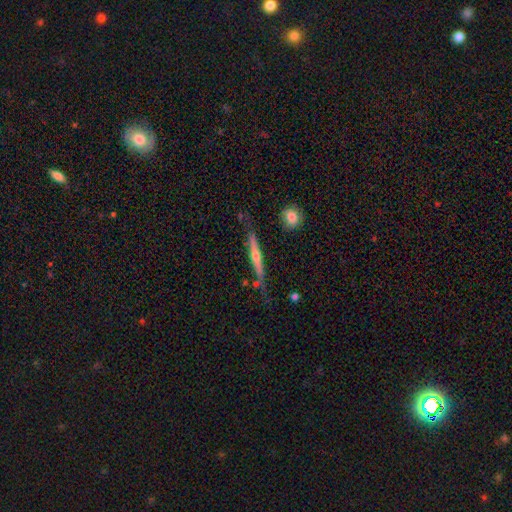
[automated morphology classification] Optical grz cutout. It shows a featured or disk galaxy (67%) viewed edge-on (96%) with a rounded central bulge (84%). Merging: none (75%).